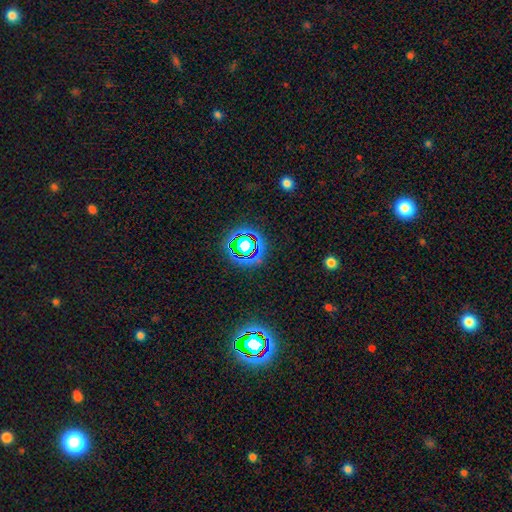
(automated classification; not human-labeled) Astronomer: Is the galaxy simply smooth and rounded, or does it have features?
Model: star or artifact — 72%.